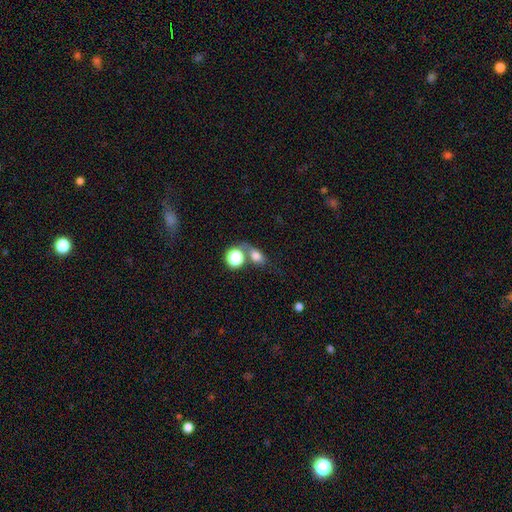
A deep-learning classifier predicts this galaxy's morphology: type=smooth (75%); roundness=in between (66%); merging=none (47%).